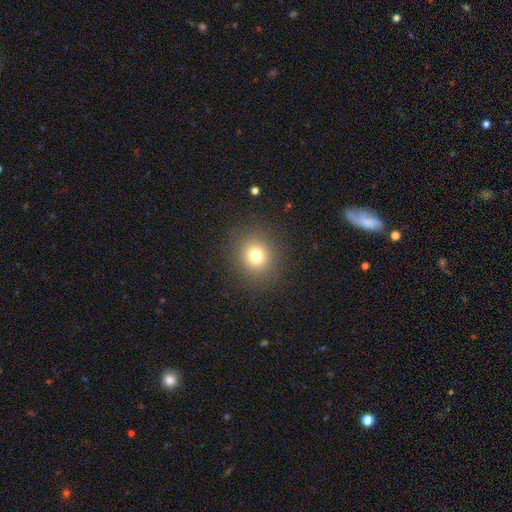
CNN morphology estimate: This appears to be a smooth galaxy with no disk features (75%) that is round (87%). Merging: none (89%).